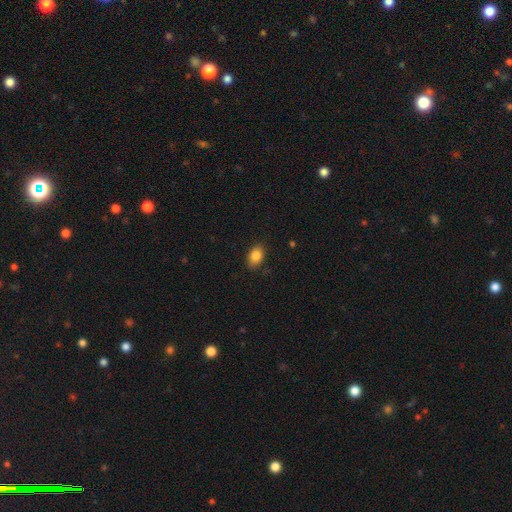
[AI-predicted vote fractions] Smooth or featured? smooth (85%)
How rounded? in between (83%)
Merging? none (85%)